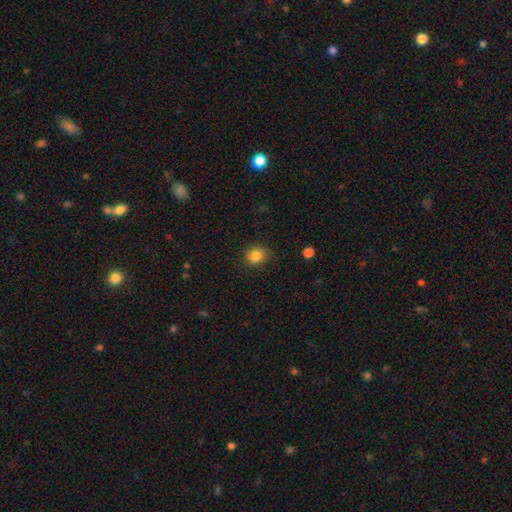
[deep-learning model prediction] Morphology: type=smooth (84%); roundness=round (79%); merging=none (85%).